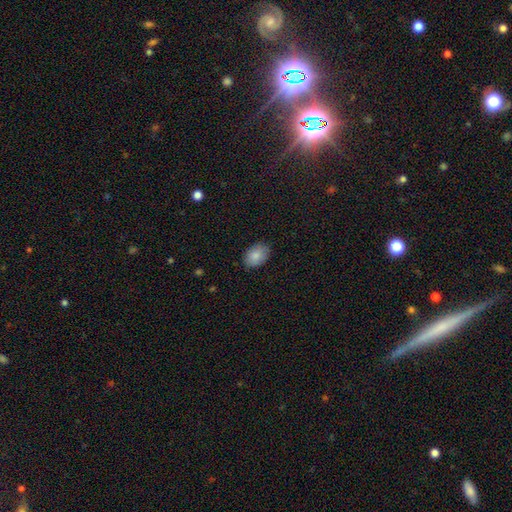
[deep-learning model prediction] Smooth or featured? smooth (86%)
How rounded? in between (82%)
Merging? none (84%)